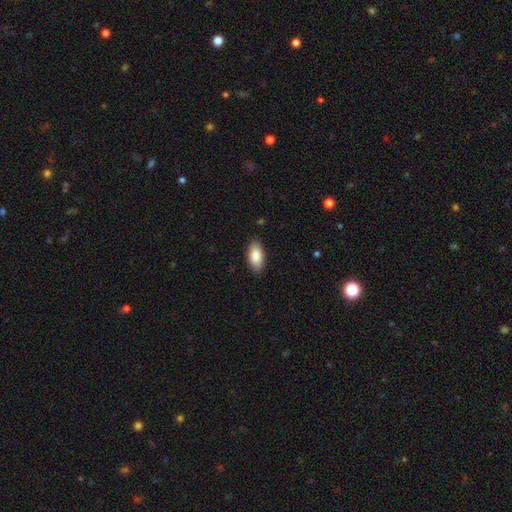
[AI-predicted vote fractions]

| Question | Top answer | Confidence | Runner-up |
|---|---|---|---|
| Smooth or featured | smooth | 85% | featured or disk (9%) |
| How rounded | in between | 91% | cigar-shaped (7%) |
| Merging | none | 88% | minor disturbance (9%) |